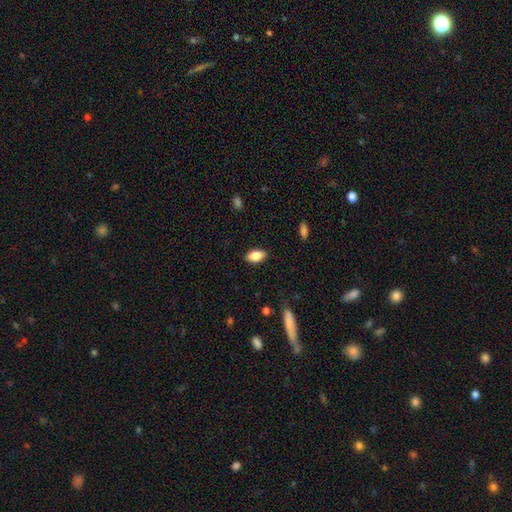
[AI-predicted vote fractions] Smooth or featured? smooth (82%)
How rounded? in between (91%)
Merging? none (87%)